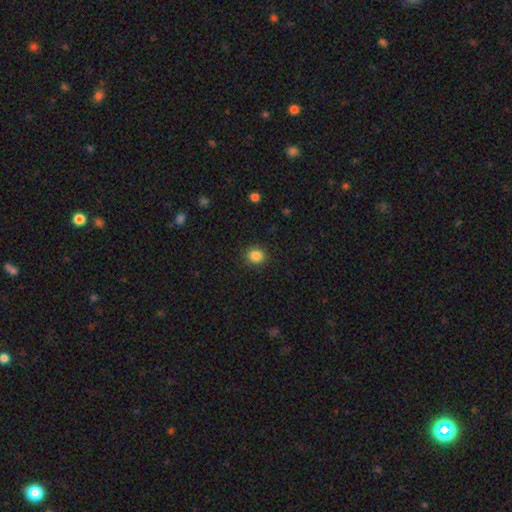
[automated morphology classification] Smooth or featured? Predicted: smooth (p=0.86). How rounded? Predicted: round (p=0.79). Merging? Predicted: none (p=0.89).